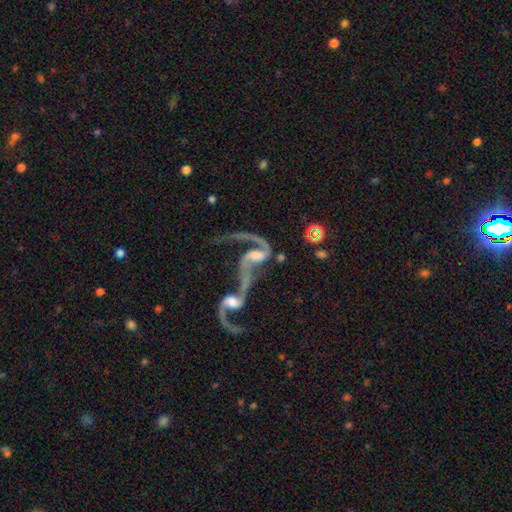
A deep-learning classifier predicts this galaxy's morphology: This appears to be a featured or disk galaxy (79%) with no bar (46%), 2 (63%) loose (77%) spiral arms (86%) and a moderate central bulge (35%). Merging: merger (73%).